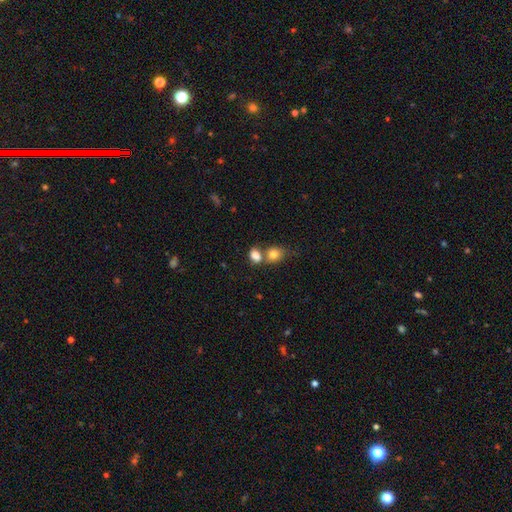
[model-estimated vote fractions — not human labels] Smooth or featured: smooth — 82% (star or artifact — 10%)
How rounded: in between — 58% (round — 40%)
Merging: merger — 45% (none — 39%)